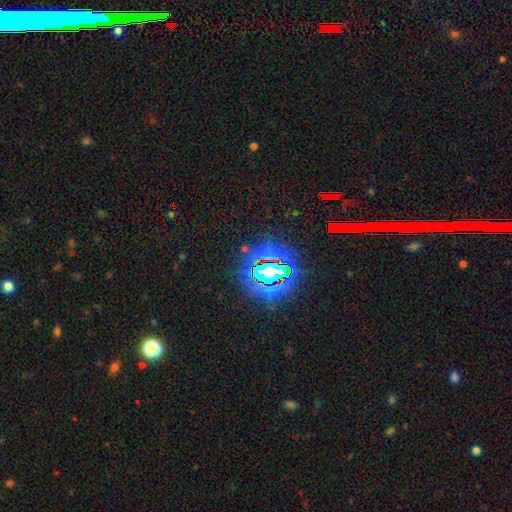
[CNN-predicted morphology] smooth-or-featured: star or artifact: 82% | smooth: 10% | featured or disk: 8%